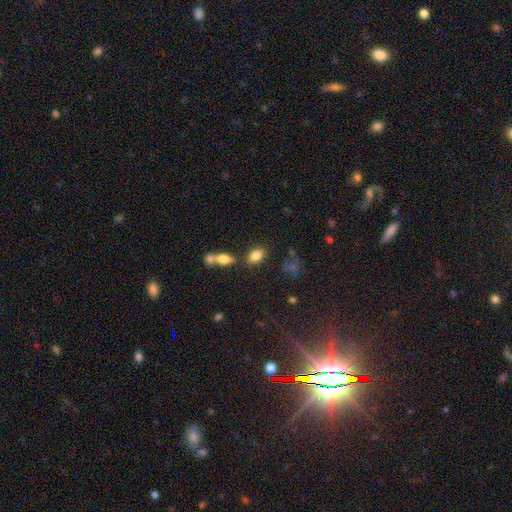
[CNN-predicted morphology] smooth 81%, featured or disk 10%, star or artifact 9%. Down the decision tree: how rounded — in between (87%); merging — none (71%).